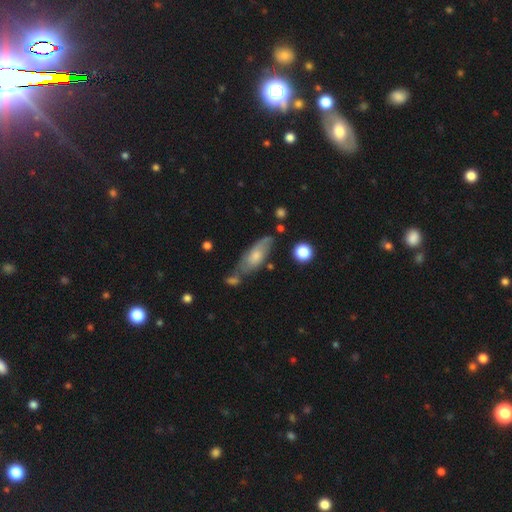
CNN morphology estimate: Smooth or featured? Predicted: smooth (p=0.59). How rounded? Predicted: in between (p=0.70). Merging? Predicted: none (p=0.52).